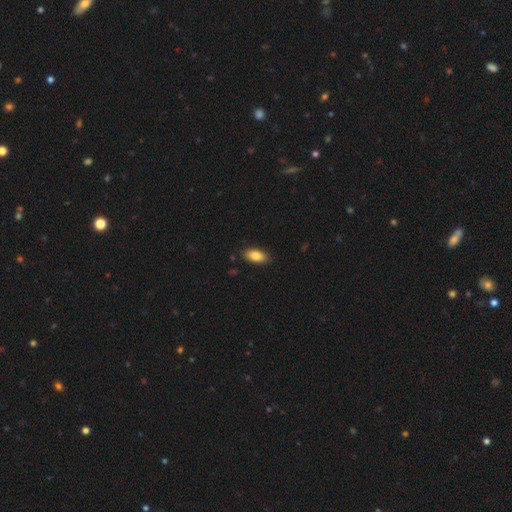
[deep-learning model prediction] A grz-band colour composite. It shows a smooth galaxy with no disk features (84%) that is in between round and cigar-shaped (91%). Merging: none (87%).